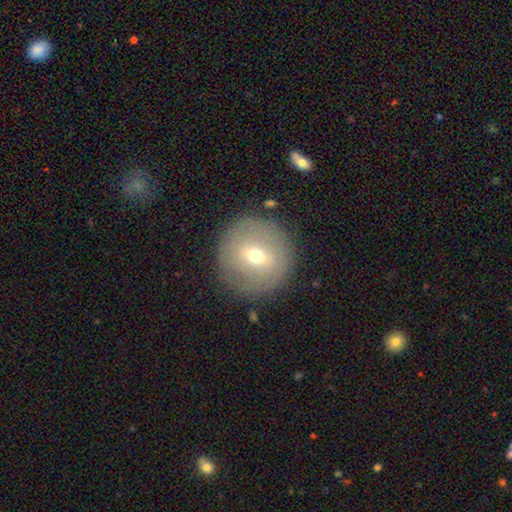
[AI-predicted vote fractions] This appears to be a smooth galaxy with no disk features (53%) that is round (95%). Merging: none (86%).